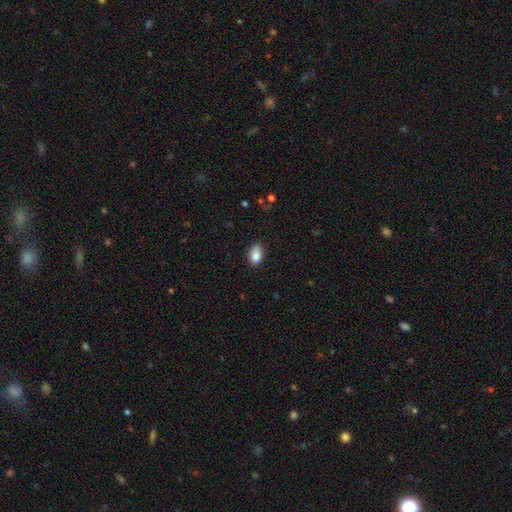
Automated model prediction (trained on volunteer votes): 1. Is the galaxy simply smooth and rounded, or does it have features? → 86% smooth, 8% star or artifact, 6% featured or disk.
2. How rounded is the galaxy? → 86% in between, 12% round, 2% cigar-shaped.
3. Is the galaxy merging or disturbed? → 82% none, 14% minor disturbance, 2% major disturbance, 1% merger.